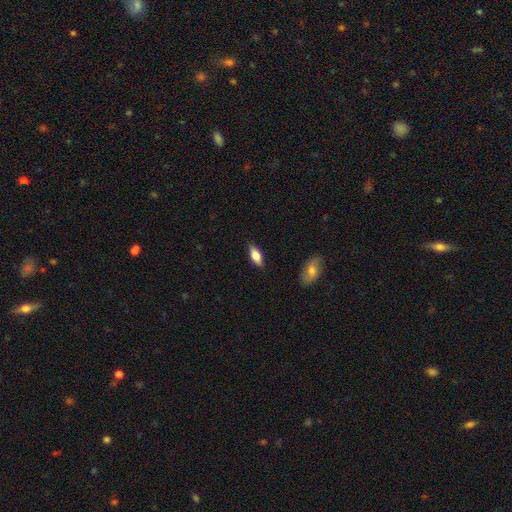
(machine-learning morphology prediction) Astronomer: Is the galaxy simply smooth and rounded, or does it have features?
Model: smooth — 71%.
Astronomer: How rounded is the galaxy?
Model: in between — 77%.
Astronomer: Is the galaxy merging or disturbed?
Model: none — 87%.